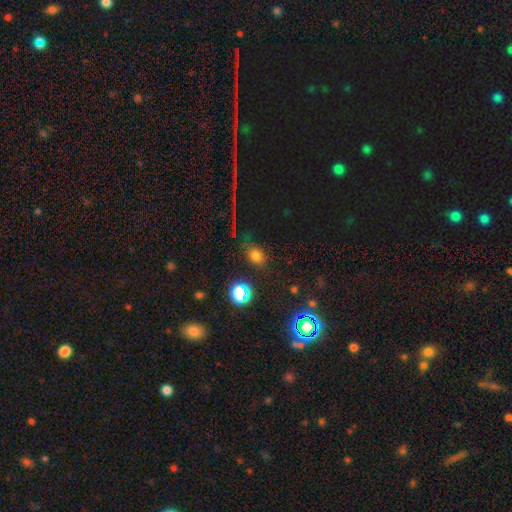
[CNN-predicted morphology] A smooth galaxy with no disk features (64%) that is round (53%).

Vote fractions:
- Smooth or featured? smooth: 64% / star or artifact: 29% / featured or disk: 7%
- How rounded? round: 53% / in between: 45% / cigar-shaped: 2%
- Merging? none: 78% / minor disturbance: 13% / major disturbance: 5% / merger: 3%